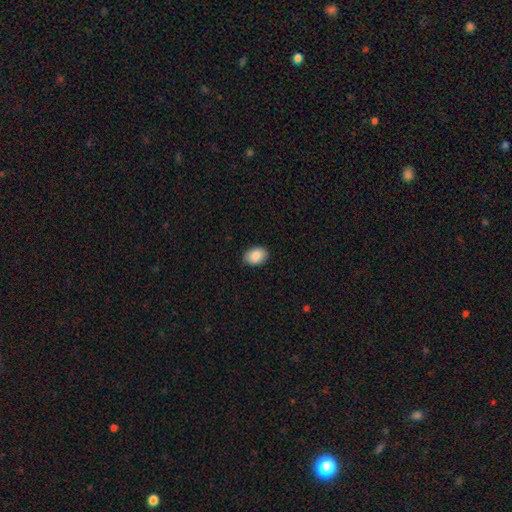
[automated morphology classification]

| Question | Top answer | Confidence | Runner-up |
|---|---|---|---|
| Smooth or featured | smooth | 87% | star or artifact (7%) |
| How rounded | in between | 76% | round (23%) |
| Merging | none | 86% | minor disturbance (11%) |